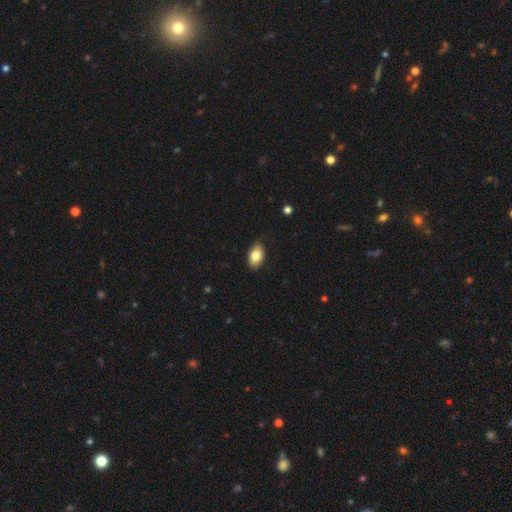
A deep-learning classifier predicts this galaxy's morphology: This is clearly a smooth galaxy (82%). How rounded: clearly in between (90%). Merging: clearly none (84%).